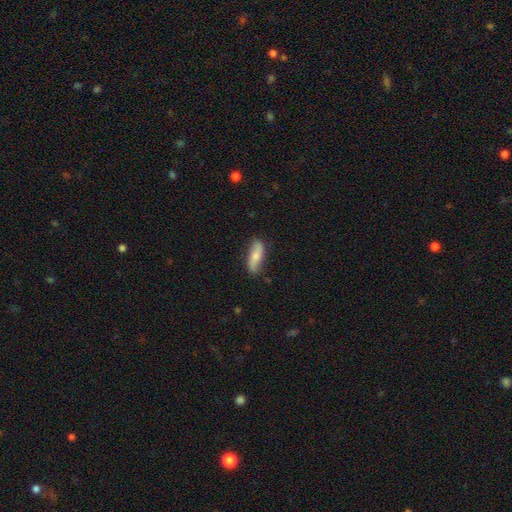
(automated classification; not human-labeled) A smooth galaxy with no disk features (58%) that is in between round and cigar-shaped (55%). Merging: none (76%).